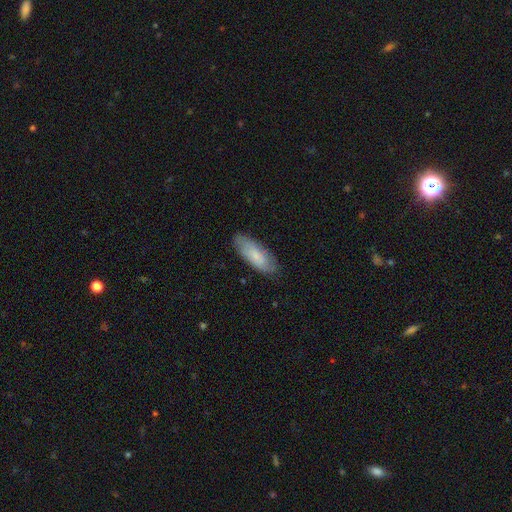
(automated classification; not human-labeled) Morphology: type=smooth (74%); roundness=in between (67%); merging=none (82%).